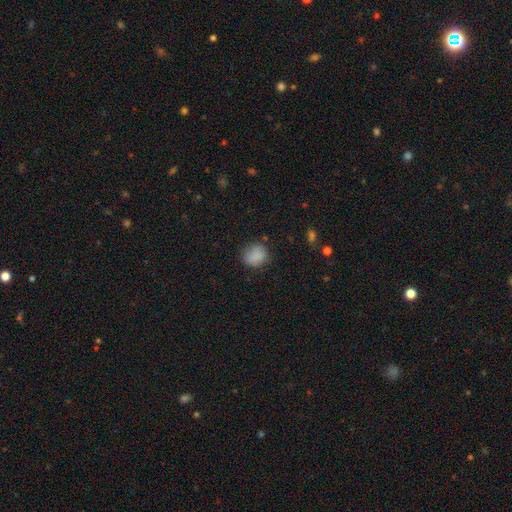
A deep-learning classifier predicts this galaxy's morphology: Smooth or featured? Predicted: smooth (p=0.84). How rounded? Predicted: round (p=0.71). Merging? Predicted: none (p=0.75).